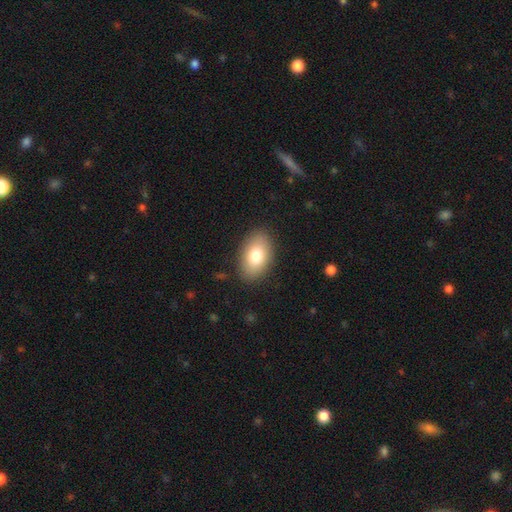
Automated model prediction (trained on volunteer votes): Q: Smooth or featured?
A: smooth (78%); runner-up: featured or disk (15%)
Q: How rounded?
A: in between (91%); runner-up: round (8%)
Q: Merging?
A: none (87%); runner-up: minor disturbance (9%)